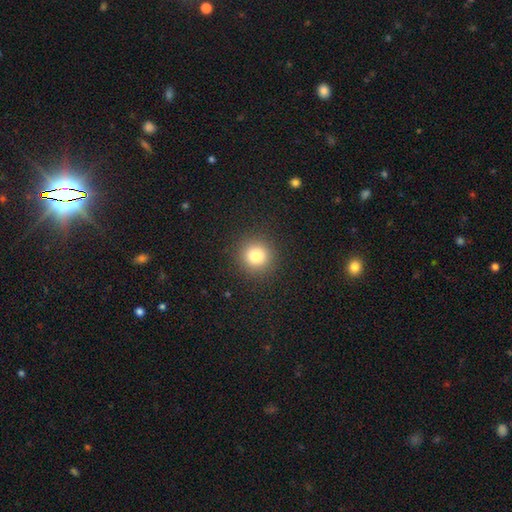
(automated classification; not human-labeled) Smooth or featured? smooth (81%)
How rounded? round (93%)
Merging? none (91%)